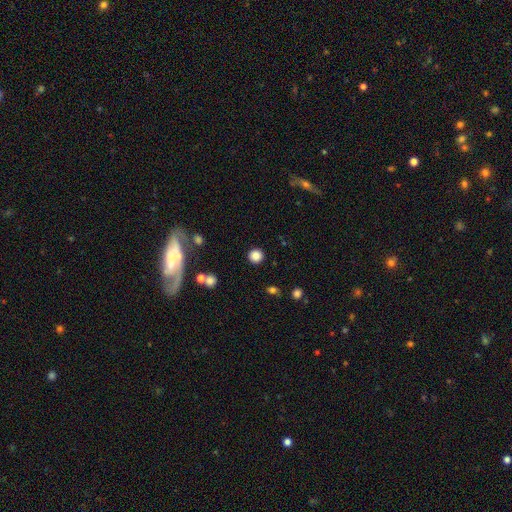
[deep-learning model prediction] Morphology: type=smooth (84%); roundness=round (94%); merging=none (91%).